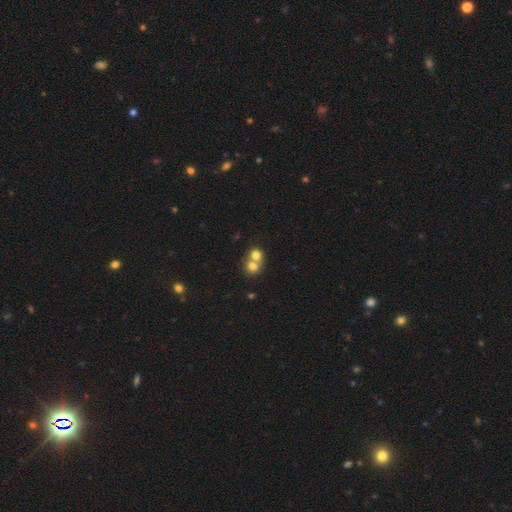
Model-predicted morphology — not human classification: This is likely a smooth galaxy (74%). How rounded: likely round (77%). Merging: likely merger (66%).